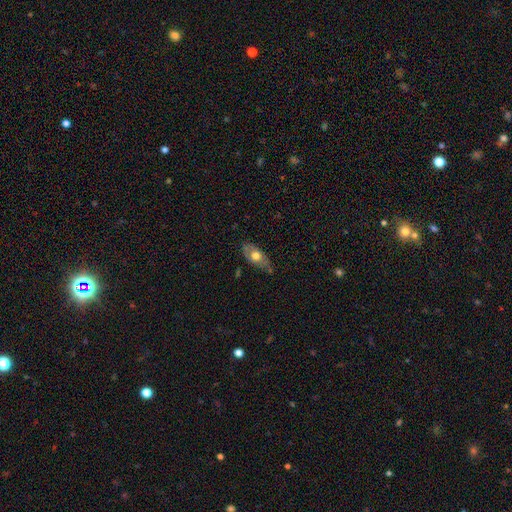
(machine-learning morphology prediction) Smooth or featured: smooth — 56% (featured or disk — 37%)
How rounded: in between — 86% (round — 8%)
Merging: none — 62% (minor disturbance — 29%)